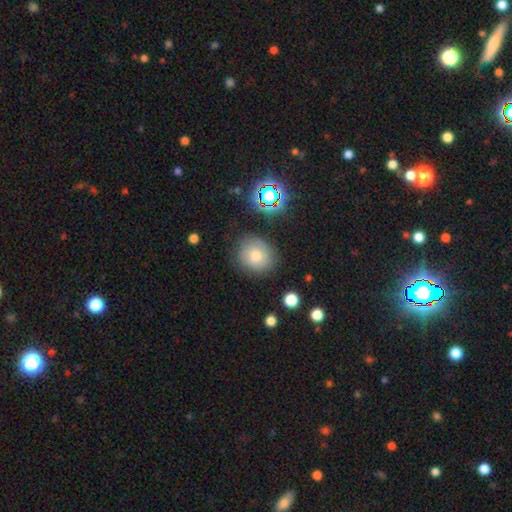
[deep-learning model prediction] smooth_or_featured: smooth (p=0.63) [alt: featured or disk p=0.21]
how_rounded: round (p=0.78) [alt: in between p=0.21]
merging: none (p=0.80) [alt: minor disturbance p=0.14]